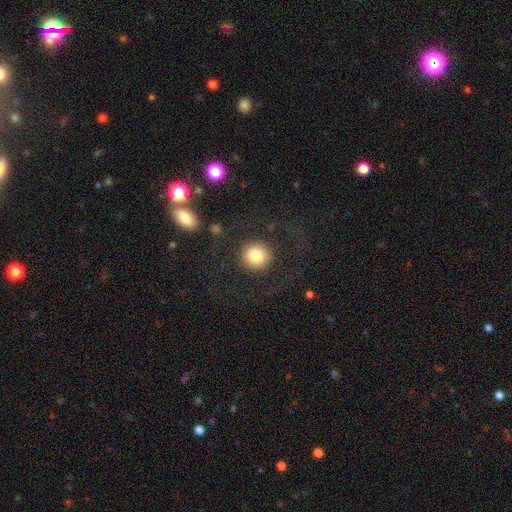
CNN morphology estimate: A smooth galaxy with no disk features (80%) that is round (94%). Merging: none (83%).